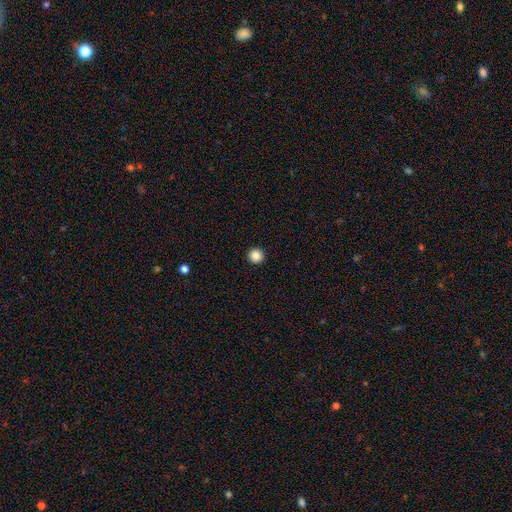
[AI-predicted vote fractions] smooth_or_featured: smooth (p=0.86) [alt: star or artifact p=0.10]
how_rounded: round (p=0.96) [alt: in between p=0.03]
merging: none (p=0.94) [alt: minor disturbance p=0.03]